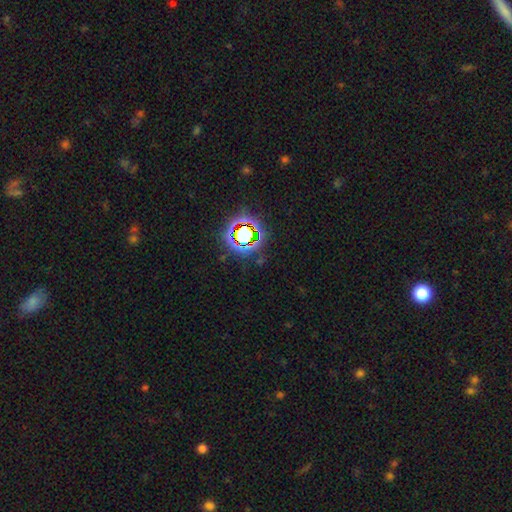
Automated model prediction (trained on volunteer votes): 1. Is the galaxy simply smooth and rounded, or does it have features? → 77% star or artifact, 14% smooth, 10% featured or disk.